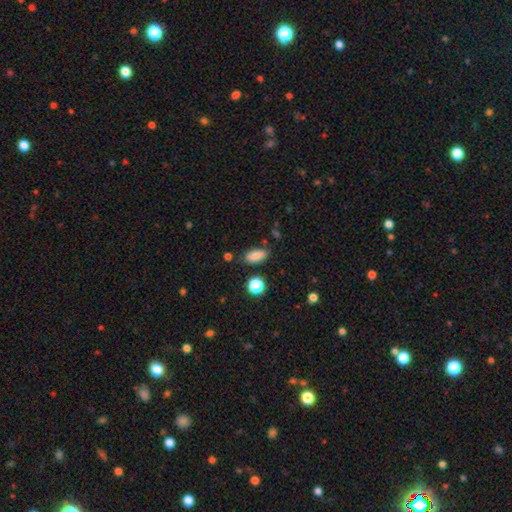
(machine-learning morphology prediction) Q: Smooth or featured?
A: smooth (85%); runner-up: star or artifact (10%)
Q: How rounded?
A: in between (86%); runner-up: cigar-shaped (8%)
Q: Merging?
A: none (79%); runner-up: minor disturbance (13%)